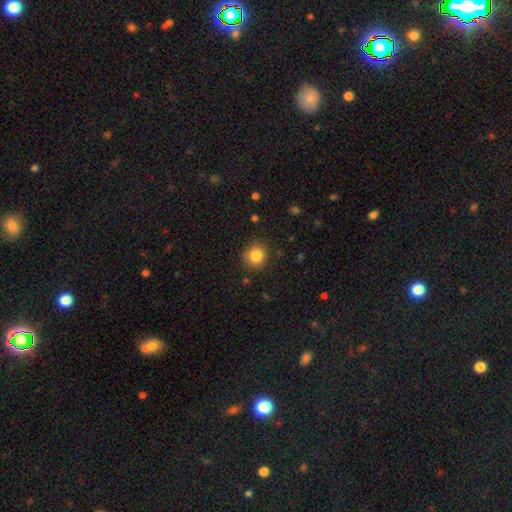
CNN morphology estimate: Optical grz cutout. It shows a smooth galaxy with no disk features (85%) that is round (91%). Merging: none (89%).